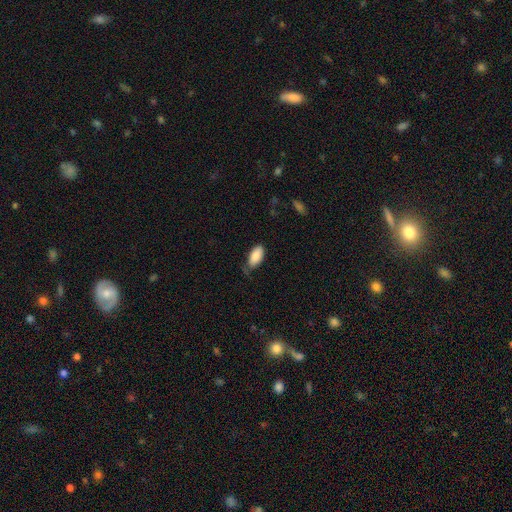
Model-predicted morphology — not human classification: This appears to be a smooth galaxy with no disk features (88%) that is in between round and cigar-shaped (93%). Merging: none (58%).